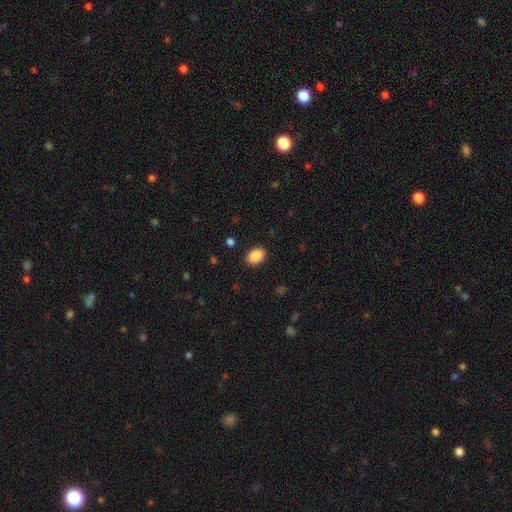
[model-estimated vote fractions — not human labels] A smooth galaxy with no disk features (90%) that is in between round and cigar-shaped (79%).

Vote fractions:
- Smooth or featured? smooth: 90% / star or artifact: 8% / featured or disk: 3%
- How rounded? in between: 79% / round: 20% / cigar-shaped: 1%
- Merging? none: 89% / minor disturbance: 8% / major disturbance: 2% / merger: 1%